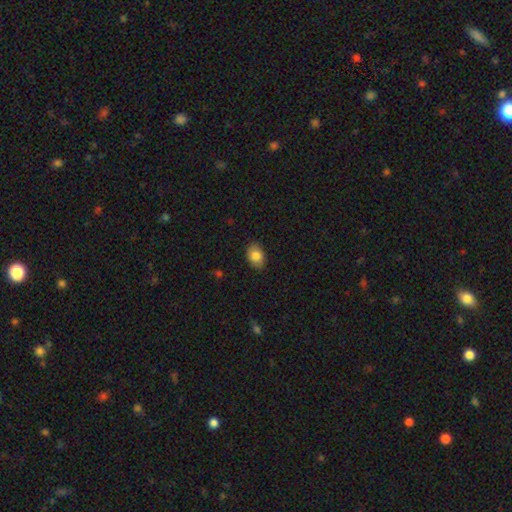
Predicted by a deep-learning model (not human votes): Smooth or featured?
  - smooth: 84% *
  - featured or disk: 9%
  - star or artifact: 8%
How rounded?
  - in between: 77% *
  - round: 21%
  - cigar-shaped: 1%
Merging?
  - none: 86% *
  - minor disturbance: 11%
  - major disturbance: 2%
  - merger: 1%